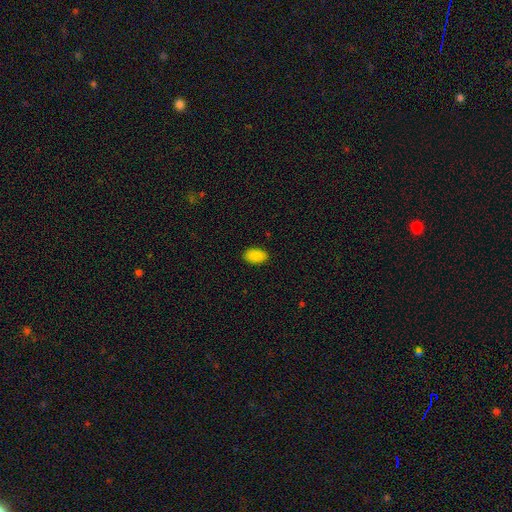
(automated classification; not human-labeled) Overall: smooth (88%). How rounded: in between (93%). Merging: none (88%).